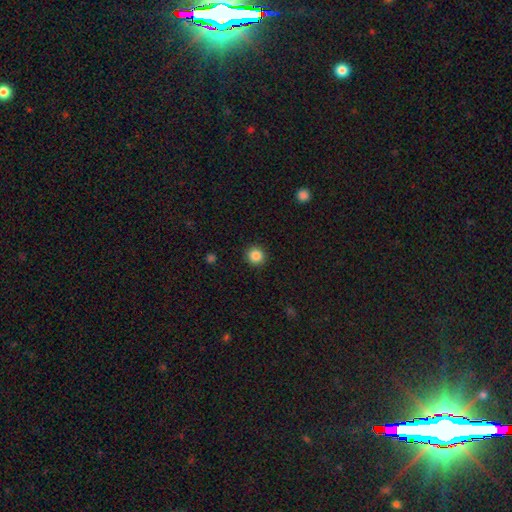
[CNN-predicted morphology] Smooth or featured? smooth (86%)
How rounded? round (94%)
Merging? none (92%)